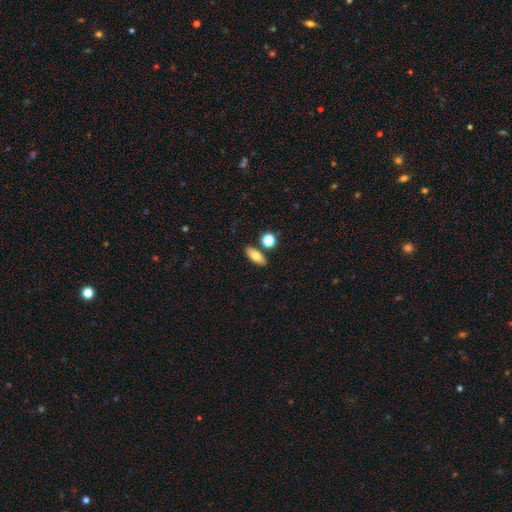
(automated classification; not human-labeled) smooth-or-featured: smooth: 74% | featured or disk: 18% | star or artifact: 9%
  how-rounded: in between: 77% | cigar-shaped: 17% | round: 6%
  merging: none: 81% | minor disturbance: 9% | merger: 7% | major disturbance: 2%